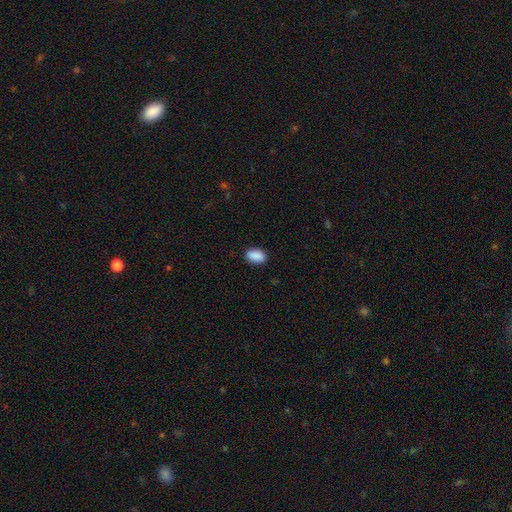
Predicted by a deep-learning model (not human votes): This appears to be a smooth galaxy with no disk features (90%) that is in between round and cigar-shaped (90%). Merging: none (87%).